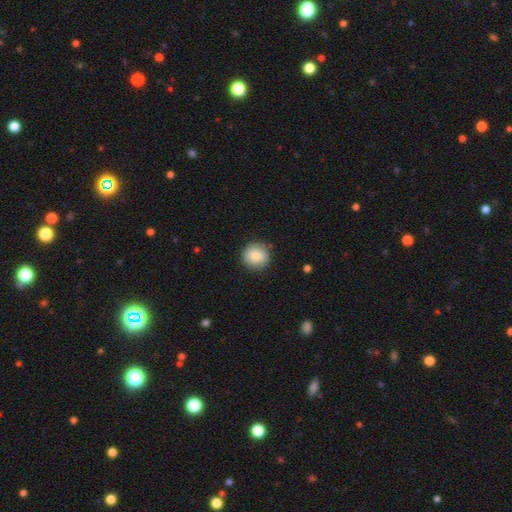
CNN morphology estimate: Q: Smooth or featured?
A: smooth (83%); runner-up: featured or disk (9%)
Q: How rounded?
A: round (91%); runner-up: in between (8%)
Q: Merging?
A: none (86%); runner-up: minor disturbance (10%)